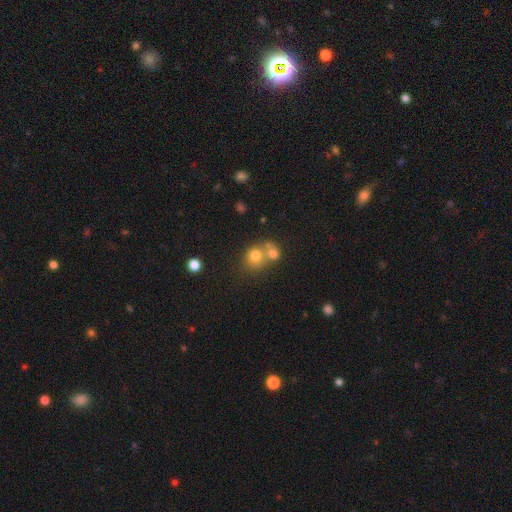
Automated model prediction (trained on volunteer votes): This is likely a smooth galaxy (74%). How rounded: likely round (77%). Merging: possibly merger (54%).